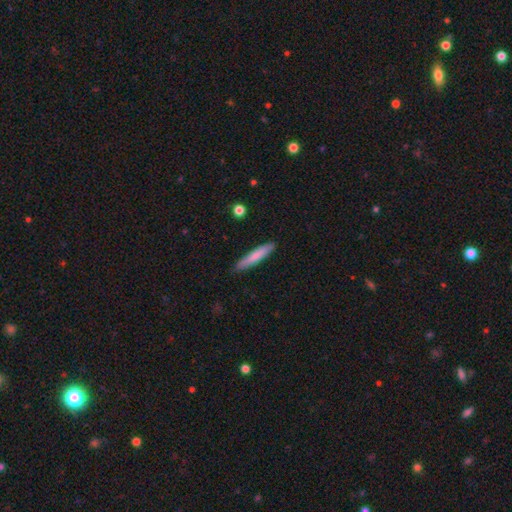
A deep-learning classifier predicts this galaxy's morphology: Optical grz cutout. It shows a smooth galaxy with no disk features (75%) that is cigar-shaped (92%). Merging: none (89%).